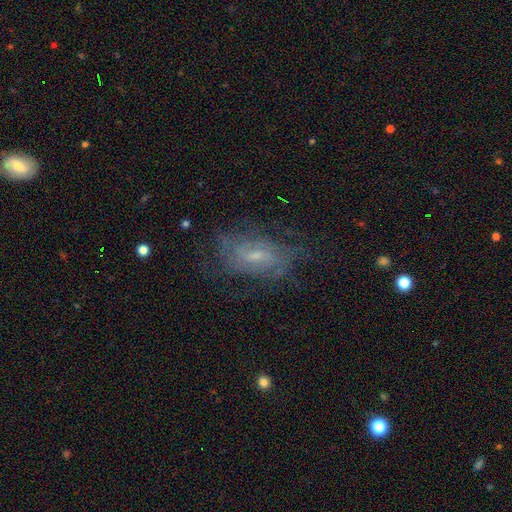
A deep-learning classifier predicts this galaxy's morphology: featured or disk 66%, smooth 22%, star or artifact 12%. Down the decision tree: edge-on disk — no (91%); bar — weak (53%); spiral arms — yes (78%); bulge size — small (55%); merging — none (66%).